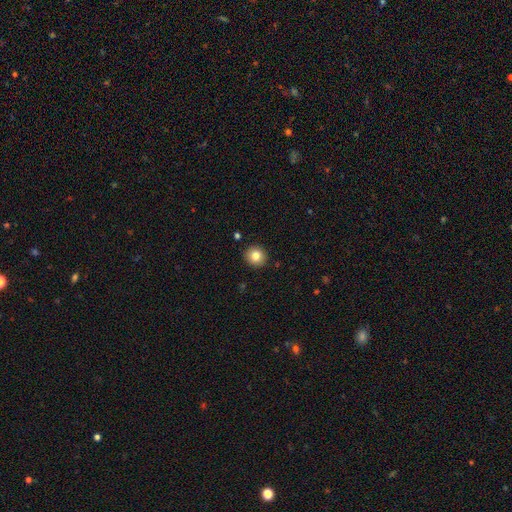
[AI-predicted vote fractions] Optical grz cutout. It shows a smooth galaxy with no disk features (81%) that is round (90%). Merging: none (92%).